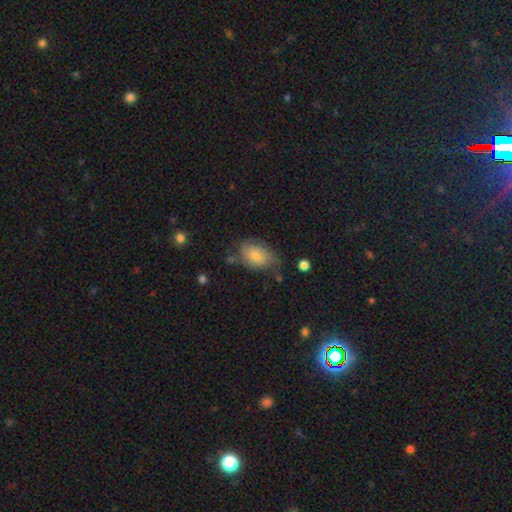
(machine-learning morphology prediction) Smooth or featured? Predicted: smooth (p=0.50). How rounded? Predicted: in between (p=0.83). Merging? Predicted: none (p=0.55).